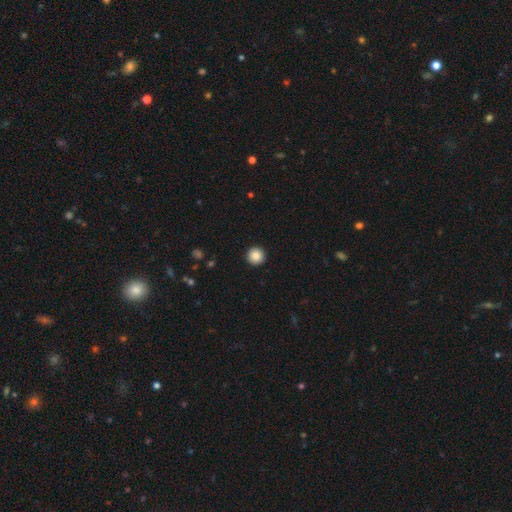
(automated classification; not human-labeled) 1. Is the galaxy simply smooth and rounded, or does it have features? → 88% smooth, 8% star or artifact, 3% featured or disk.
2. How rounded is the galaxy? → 96% round, 3% in between, 1% cigar-shaped.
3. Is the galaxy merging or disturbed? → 94% none, 4% minor disturbance, 1% major disturbance, 1% merger.